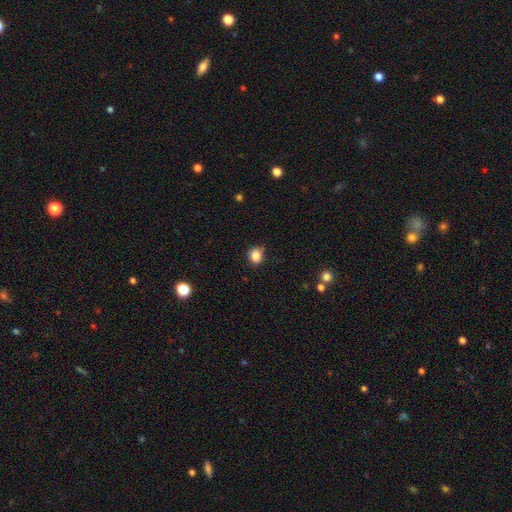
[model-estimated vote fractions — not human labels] A smooth galaxy with no disk features (85%) that is round (75%).

Vote fractions:
- Smooth or featured? smooth: 85% / star or artifact: 11% / featured or disk: 4%
- How rounded? round: 75% / in between: 24% / cigar-shaped: 1%
- Merging? none: 78% / minor disturbance: 17% / major disturbance: 3% / merger: 2%